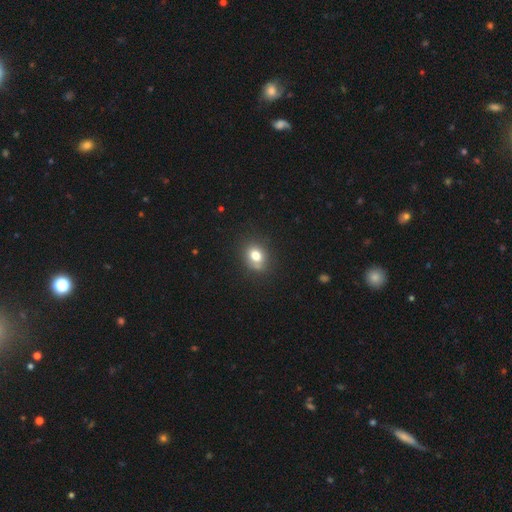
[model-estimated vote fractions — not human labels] Overall: smooth (78%). How rounded: round (56%; in between 43%). Merging: none (73%).